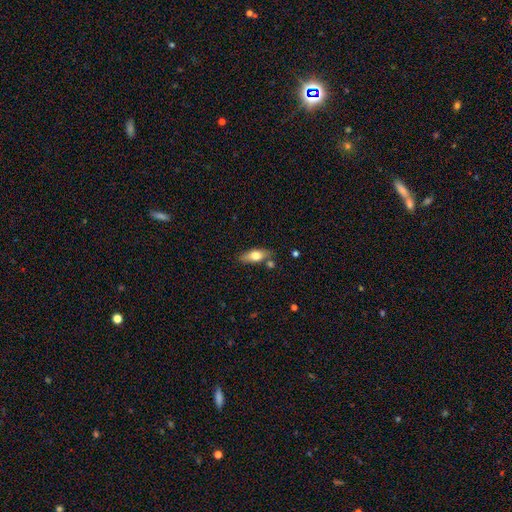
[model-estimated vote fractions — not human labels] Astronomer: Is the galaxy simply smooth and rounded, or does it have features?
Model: smooth — 68%.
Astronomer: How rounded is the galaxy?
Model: in between — 75%.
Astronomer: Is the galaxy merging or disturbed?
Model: none — 74%.